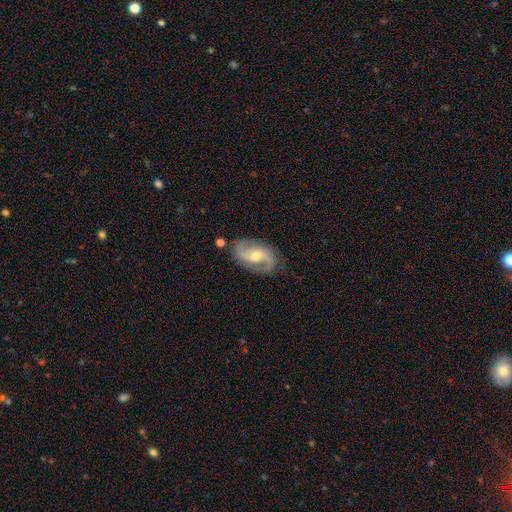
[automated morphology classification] The model was most divided on "bar": weak: 45%, no: 40%, strong: 14%. Remaining: edge-on disk — no (97%); spiral arms — yes (95%); spiral arm count — 2 (87%); smooth or featured — featured or disk (83%); merging — none (77%); bulge size — moderate (57%); spiral winding — medium (46%).